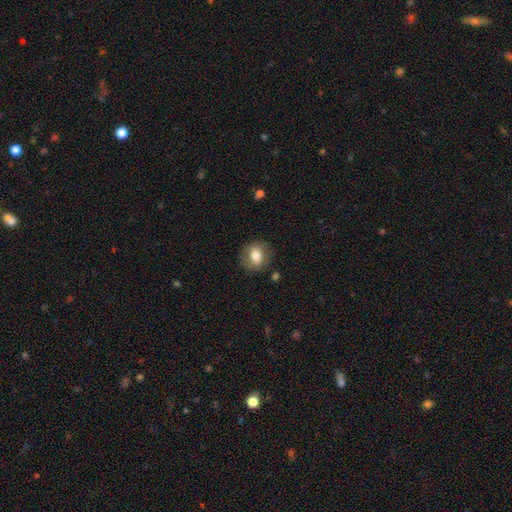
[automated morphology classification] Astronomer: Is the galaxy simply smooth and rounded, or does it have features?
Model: smooth — 77%.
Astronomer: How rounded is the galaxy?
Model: round — 72%.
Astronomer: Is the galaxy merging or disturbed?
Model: none — 83%.